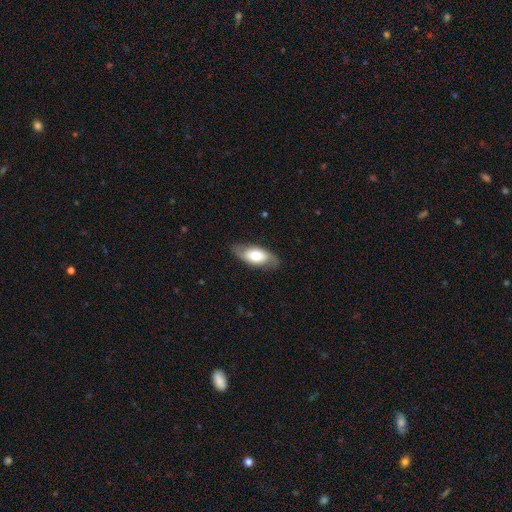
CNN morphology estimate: type=smooth (53%); roundness=in between (87%); merging=none (80%).